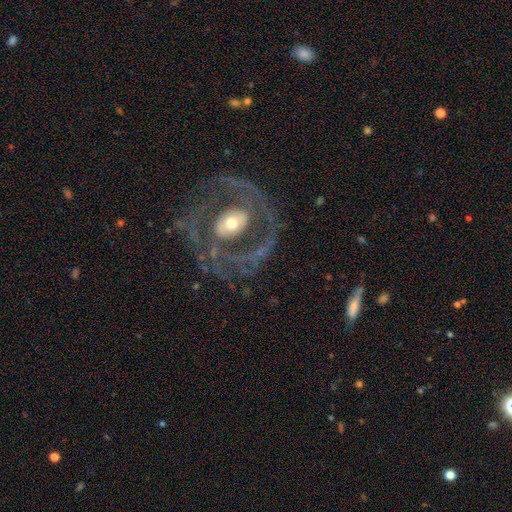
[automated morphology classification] Smooth or featured: featured or disk — 81% (smooth — 12%)
Edge-on disk: no — 95% (yes — 5%)
Bar: no — 50% (weak — 28%)
Spiral arms: yes — 66% (no — 34%)
Spiral winding: tight — 47% (medium — 38%)
Spiral arm count: 2 — 58% (can't tell — 20%)
Bulge size: moderate — 57% (small — 28%)
Merging: none — 71% (minor disturbance — 14%)